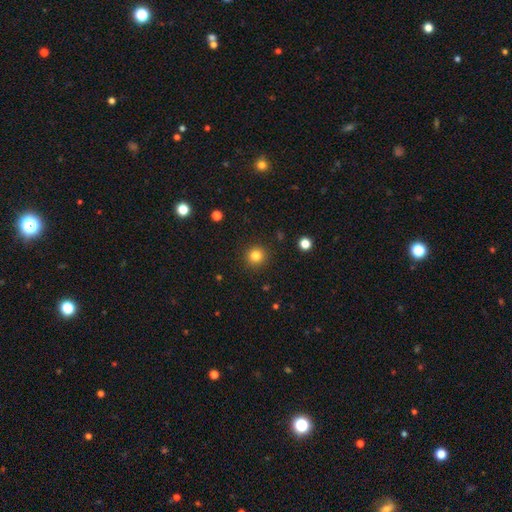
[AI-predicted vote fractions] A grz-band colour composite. It shows a smooth galaxy with no disk features (82%) that is round (94%). Merging: none (91%).